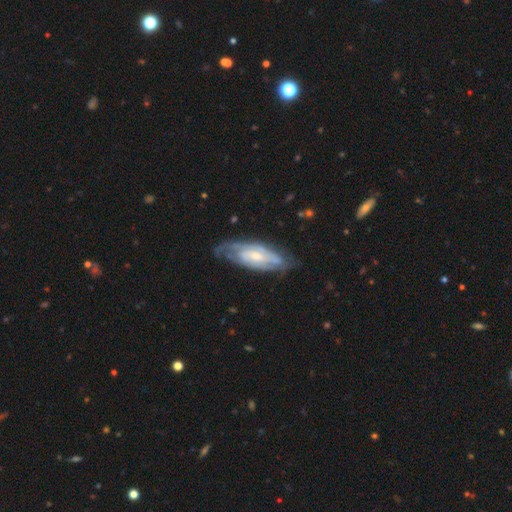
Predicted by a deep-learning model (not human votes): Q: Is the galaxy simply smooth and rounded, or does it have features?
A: featured or disk — 78%.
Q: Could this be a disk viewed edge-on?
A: no — 84%.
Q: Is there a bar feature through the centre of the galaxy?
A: no — 47%.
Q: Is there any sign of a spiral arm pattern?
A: yes — 88%.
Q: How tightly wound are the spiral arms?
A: tight — 52%.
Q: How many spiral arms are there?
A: can't tell — 41%.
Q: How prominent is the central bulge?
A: small — 51%.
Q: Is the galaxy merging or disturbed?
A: none — 66%.